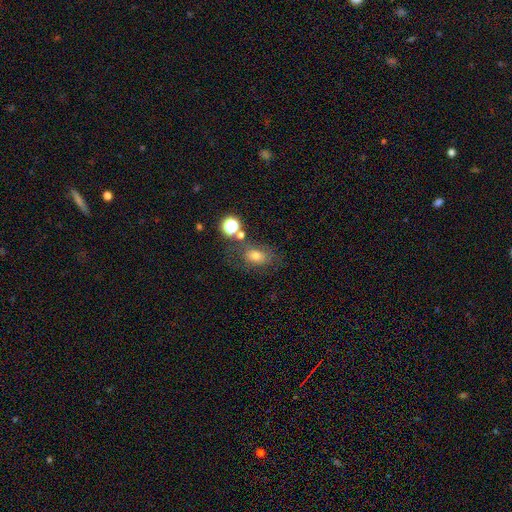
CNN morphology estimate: Smooth or featured: smooth — 63% (featured or disk — 20%)
How rounded: in between — 66% (round — 32%)
Merging: none — 55% (minor disturbance — 19%)